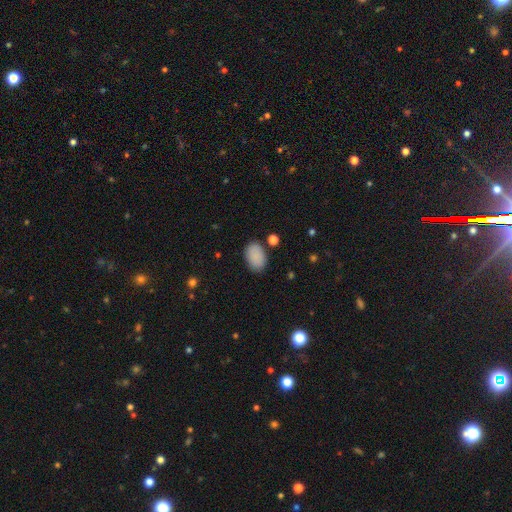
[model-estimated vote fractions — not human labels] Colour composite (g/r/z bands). It shows a smooth galaxy with no disk features (89%) that is in between round and cigar-shaped (90%). Merging: none (83%).